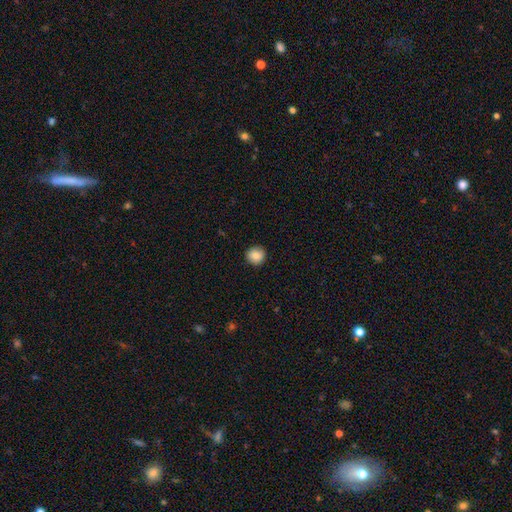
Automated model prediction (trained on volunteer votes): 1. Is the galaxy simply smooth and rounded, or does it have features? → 87% smooth, 9% star or artifact, 4% featured or disk.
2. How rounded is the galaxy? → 90% round, 9% in between, 1% cigar-shaped.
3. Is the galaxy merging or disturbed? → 90% none, 7% minor disturbance, 2% major disturbance, 1% merger.